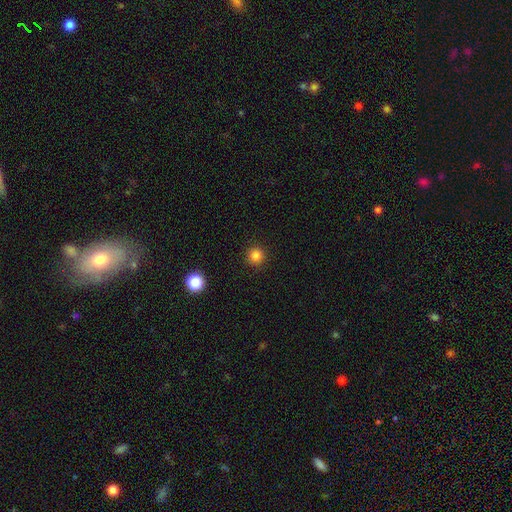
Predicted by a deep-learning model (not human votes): Smooth or featured? smooth (83%)
How rounded? round (95%)
Merging? none (92%)